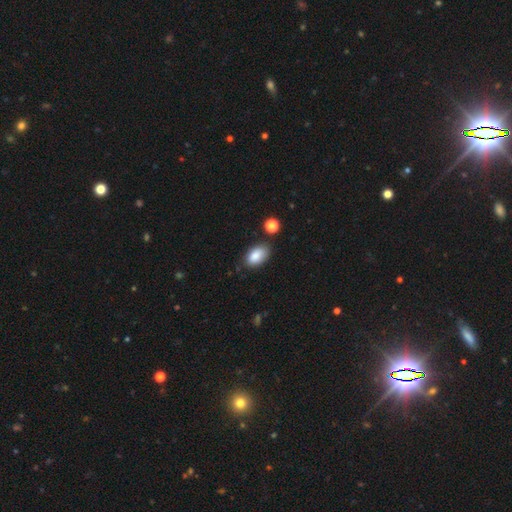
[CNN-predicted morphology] type=smooth (87%); roundness=in between (93%); merging=none (74%).